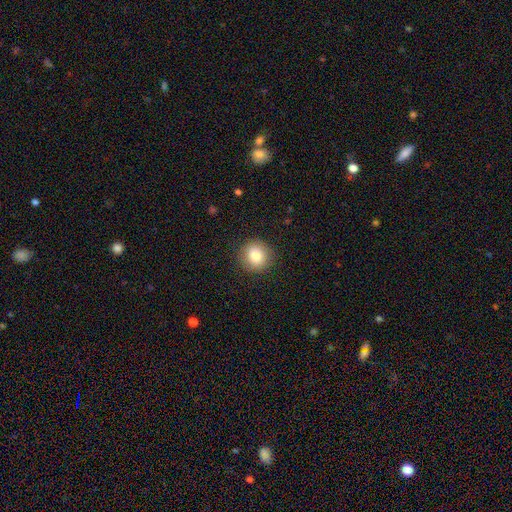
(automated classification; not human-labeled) Q: Smooth or featured?
A: smooth (82%); runner-up: star or artifact (9%)
Q: How rounded?
A: round (90%); runner-up: in between (9%)
Q: Merging?
A: none (89%); runner-up: minor disturbance (7%)